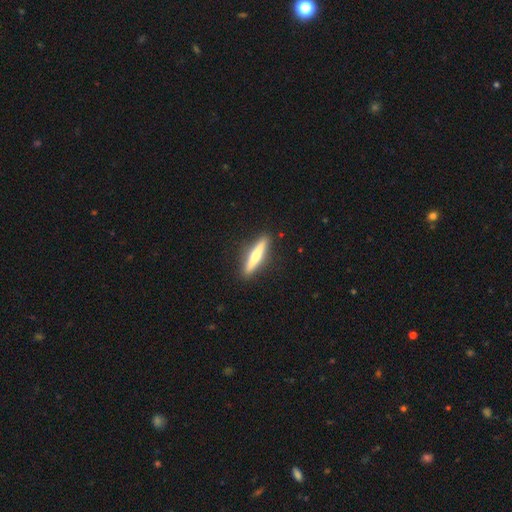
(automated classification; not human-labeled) Morphology: type=featured or disk (48%); merging=none (91%).